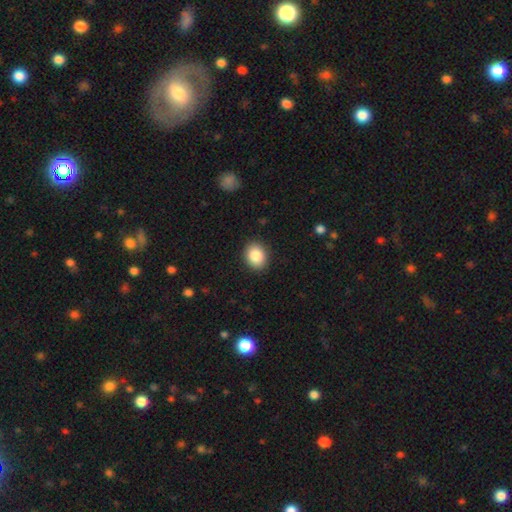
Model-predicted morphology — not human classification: Smooth or featured?
  - smooth: 85% *
  - star or artifact: 8%
  - featured or disk: 6%
How rounded?
  - round: 52% *
  - in between: 47%
  - cigar-shaped: 1%
Merging?
  - none: 90% *
  - minor disturbance: 7%
  - major disturbance: 2%
  - merger: 1%